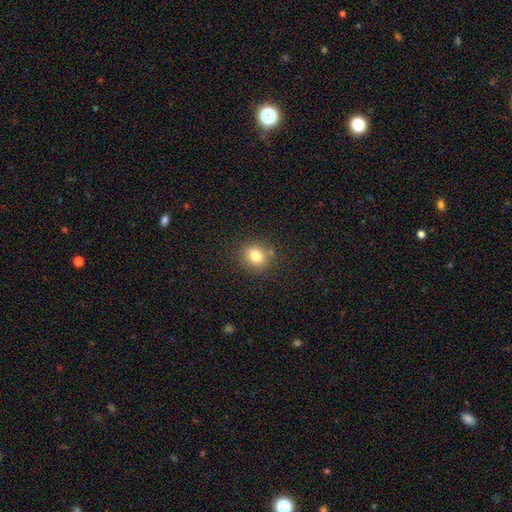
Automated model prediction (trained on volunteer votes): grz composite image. It shows a smooth galaxy with no disk features (80%) that is round (69%). Merging: none (83%).